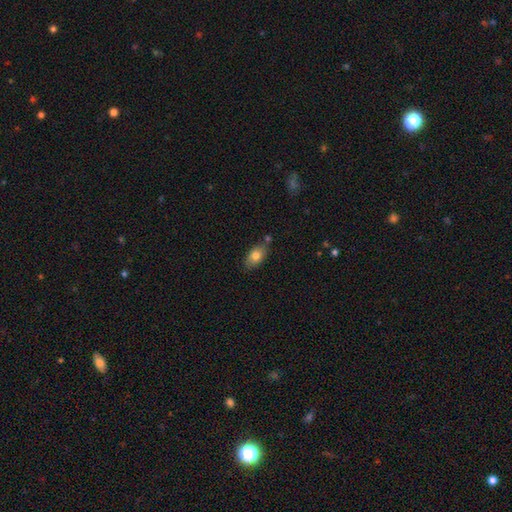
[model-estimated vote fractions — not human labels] Morphology: type=smooth (79%); roundness=in between (88%); merging=none (74%).